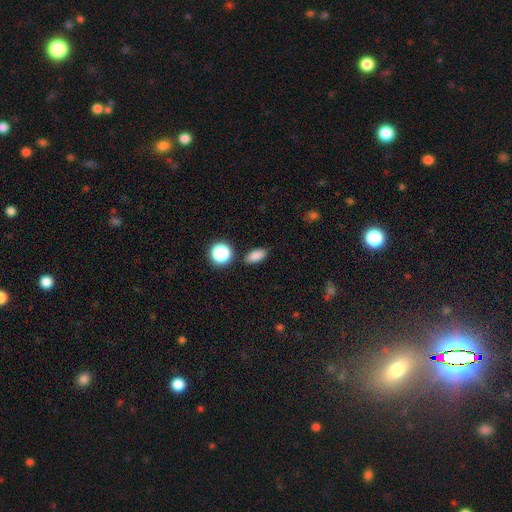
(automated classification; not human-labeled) Smooth or featured? smooth (83%)
How rounded? in between (83%)
Merging? none (85%)